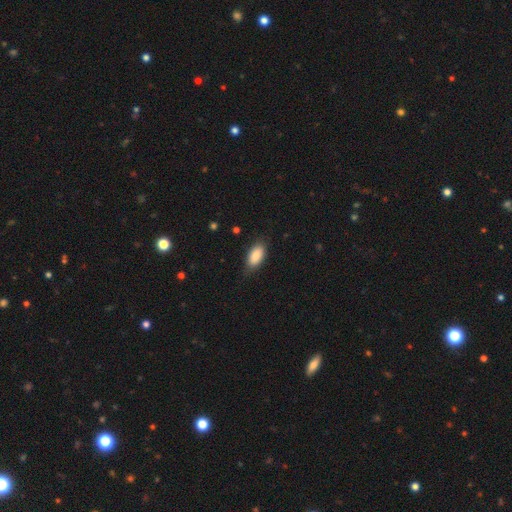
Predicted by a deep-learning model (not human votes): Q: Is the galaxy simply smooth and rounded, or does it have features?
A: smooth — 86%.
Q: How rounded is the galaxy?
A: in between — 91%.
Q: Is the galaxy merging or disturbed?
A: none — 76%.